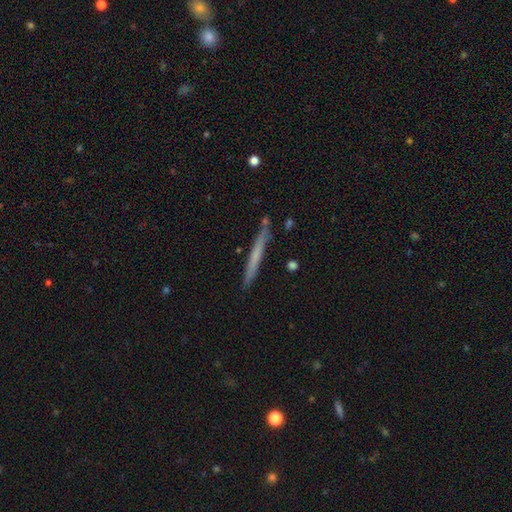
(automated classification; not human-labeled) Smooth or featured? smooth (52%)
How rounded? cigar-shaped (97%)
Merging? none (87%)